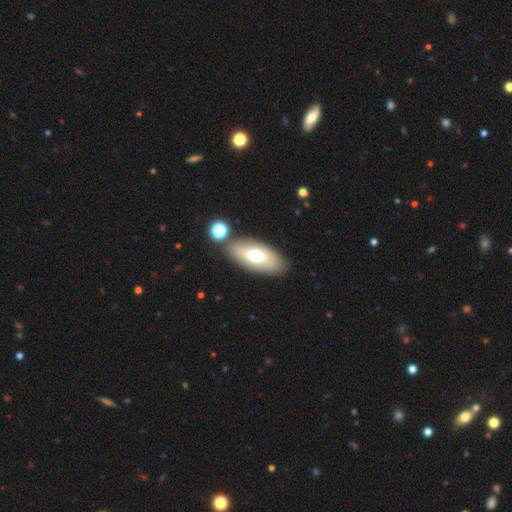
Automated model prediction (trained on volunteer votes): This is likely a smooth galaxy (62%). How rounded: clearly in between (83%). Merging: likely none (77%).